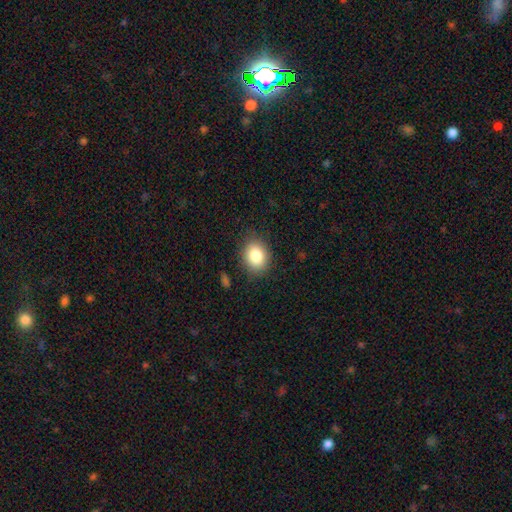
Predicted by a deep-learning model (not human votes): smooth-or-featured: smooth: 84% | star or artifact: 9% | featured or disk: 7%
  how-rounded: in between: 52% | round: 47% | cigar-shaped: 1%
  merging: none: 85% | minor disturbance: 11% | major disturbance: 3% | merger: 1%